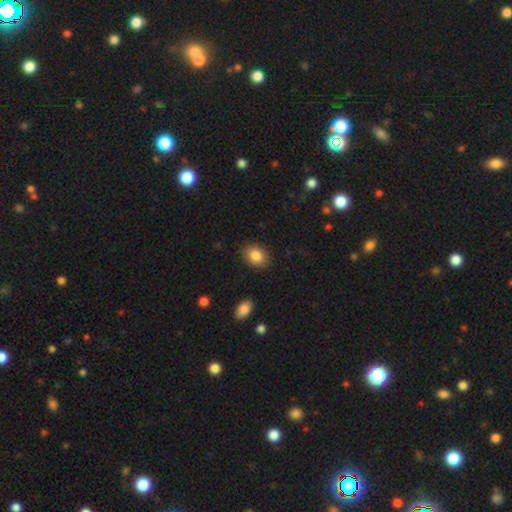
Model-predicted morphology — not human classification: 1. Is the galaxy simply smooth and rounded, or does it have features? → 85% smooth, 8% star or artifact, 7% featured or disk.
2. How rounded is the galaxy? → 79% in between, 20% round, 1% cigar-shaped.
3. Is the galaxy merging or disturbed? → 86% none, 10% minor disturbance, 2% major disturbance, 1% merger.